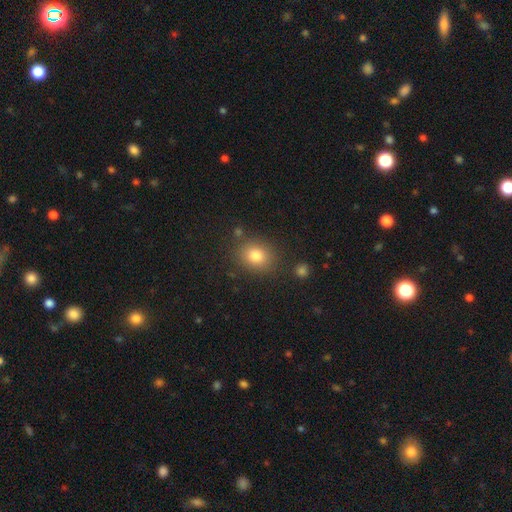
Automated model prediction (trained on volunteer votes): Smooth or featured? Predicted: smooth (p=0.81). How rounded? Predicted: round (p=0.66). Merging? Predicted: none (p=0.83).